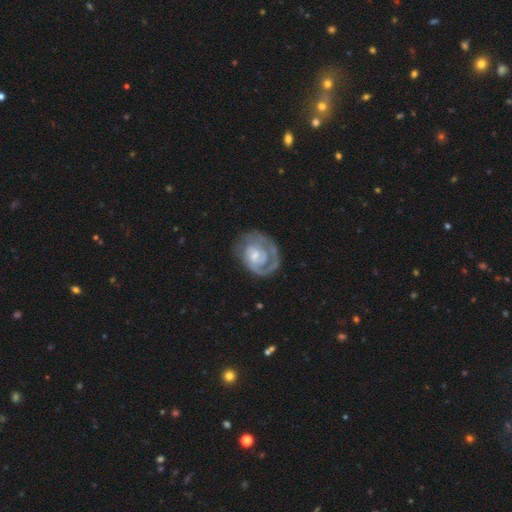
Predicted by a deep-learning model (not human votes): Smooth or featured: featured or disk — 79% (smooth — 16%)
Edge-on disk: no — 98% (yes — 2%)
Bar: no — 56% (weak — 37%)
Spiral arms: yes — 90% (no — 10%)
Spiral winding: tight — 61% (medium — 29%)
Spiral arm count: 1 — 43% (2 — 26%)
Bulge size: small — 42% (moderate — 39%)
Merging: none — 59% (minor disturbance — 20%)